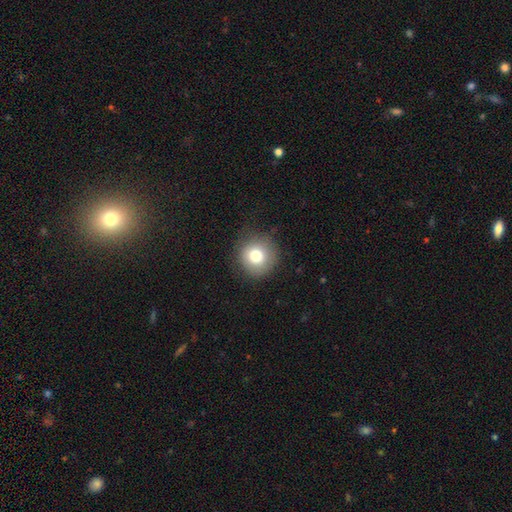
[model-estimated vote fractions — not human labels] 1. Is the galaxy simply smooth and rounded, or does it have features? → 77% smooth, 12% featured or disk, 11% star or artifact.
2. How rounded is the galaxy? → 93% round, 6% in between, 1% cigar-shaped.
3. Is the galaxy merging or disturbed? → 84% none, 11% minor disturbance, 4% major disturbance, 1% merger.